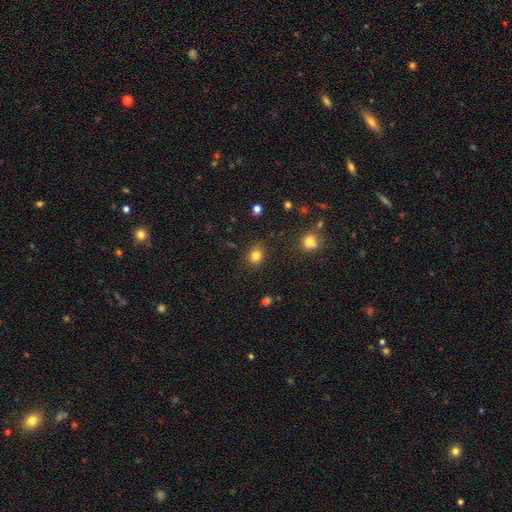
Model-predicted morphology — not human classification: smooth_or_featured: smooth (p=0.82) [alt: star or artifact p=0.13]
how_rounded: round (p=0.68) [alt: in between p=0.31]
merging: none (p=0.83) [alt: minor disturbance p=0.11]